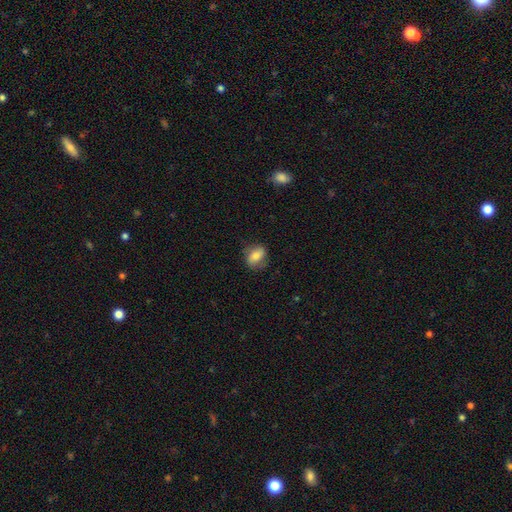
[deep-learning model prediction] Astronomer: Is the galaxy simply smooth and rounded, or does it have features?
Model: smooth — 70%.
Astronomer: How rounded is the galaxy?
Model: in between — 65%.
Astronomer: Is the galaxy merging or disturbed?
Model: none — 75%.